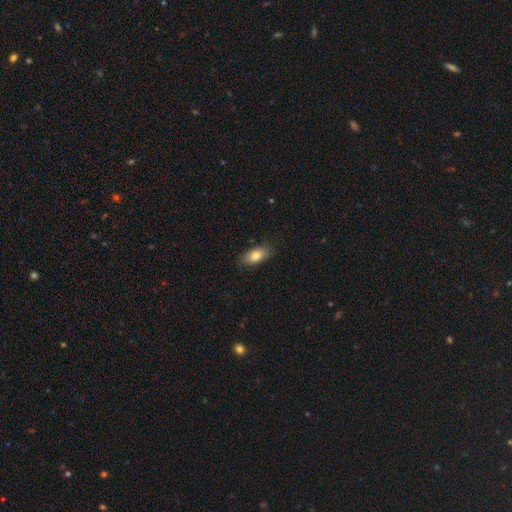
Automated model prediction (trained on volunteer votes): Smooth or featured?
  - smooth: 80% *
  - featured or disk: 13%
  - star or artifact: 7%
How rounded?
  - in between: 87% *
  - cigar-shaped: 9%
  - round: 4%
Merging?
  - none: 84% *
  - minor disturbance: 13%
  - major disturbance: 2%
  - merger: 1%